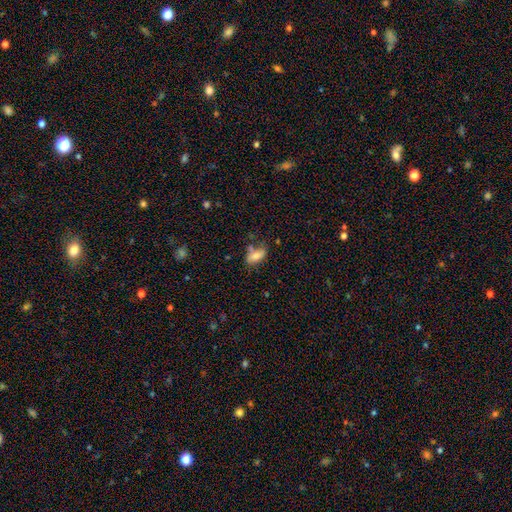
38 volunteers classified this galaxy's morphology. This is likely a smooth galaxy (71%). How rounded: clearly in between (89%). Merging: possibly none (49%).